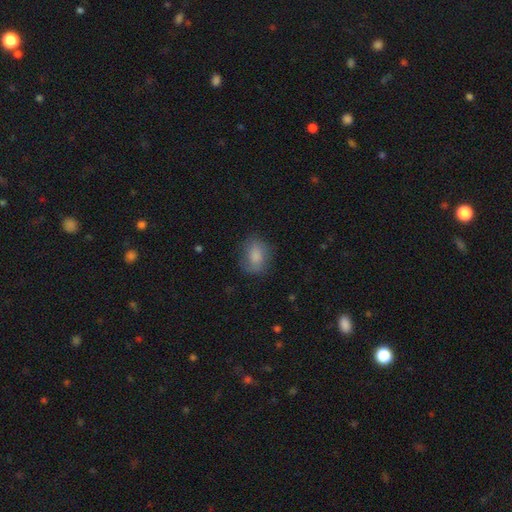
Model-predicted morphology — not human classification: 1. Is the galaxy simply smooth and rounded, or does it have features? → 76% smooth, 15% featured or disk, 8% star or artifact.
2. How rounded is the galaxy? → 65% in between, 33% round, 2% cigar-shaped.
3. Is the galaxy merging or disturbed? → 69% none, 21% minor disturbance, 8% major disturbance, 1% merger.